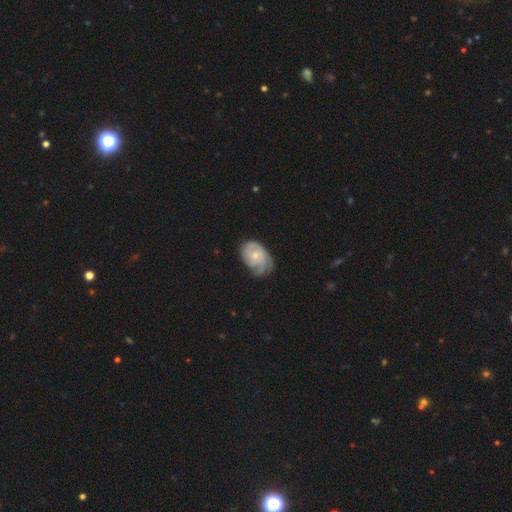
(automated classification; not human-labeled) A featured or disk galaxy (71%) with no bar (71%), can't tell (29%, tied with 3) tight (51%) spiral arms (92%) and a small central bulge (63%).

Vote fractions:
- Smooth or featured? featured or disk: 71% / smooth: 23% / star or artifact: 6%
- Edge-on disk? no: 98% / yes: 2%
- Bar? no: 71% / weak: 26% / strong: 3%
- Spiral arms? yes: 92% / no: 8%
- Spiral winding? tight: 51% / medium: 36% / loose: 12%
- Spiral arm count? can't tell: 29% (tied) / 3: 29% (tied) / 2: 23% / 4: 8% / 1: 7% / more than 4: 4%
- Bulge size? small: 63% / moderate: 29% / none: 6% / large: 2% / dominant: 1%
- Merging? none: 53% / minor disturbance: 31% / major disturbance: 15% / merger: 2%